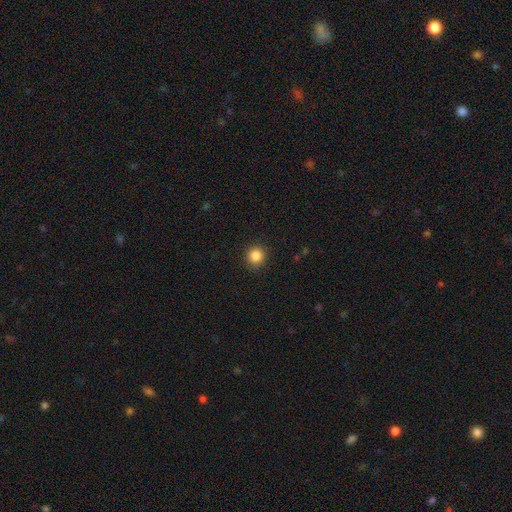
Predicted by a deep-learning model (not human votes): A smooth galaxy with no disk features (86%) that is round (92%). Merging: none (91%).